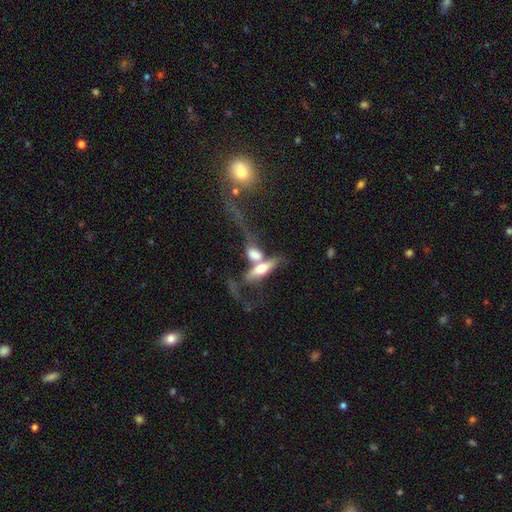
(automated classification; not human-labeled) Smooth or featured: featured or disk — 50% (smooth — 40%)
Merging: merger — 65% (none — 15%)